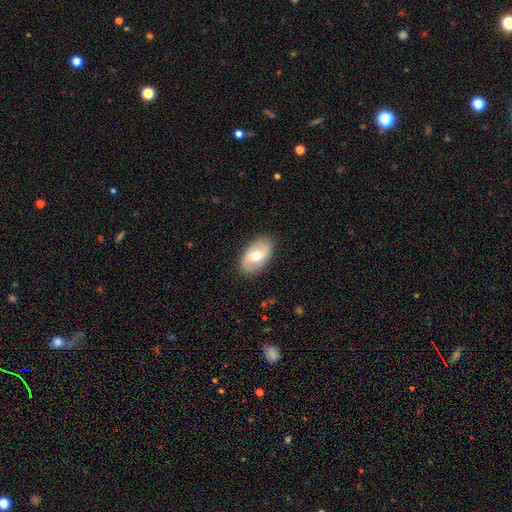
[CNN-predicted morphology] Smooth or featured: featured or disk — 53% (smooth — 41%)
Edge-on disk: no — 93% (yes — 7%)
Merging: none — 84% (minor disturbance — 12%)